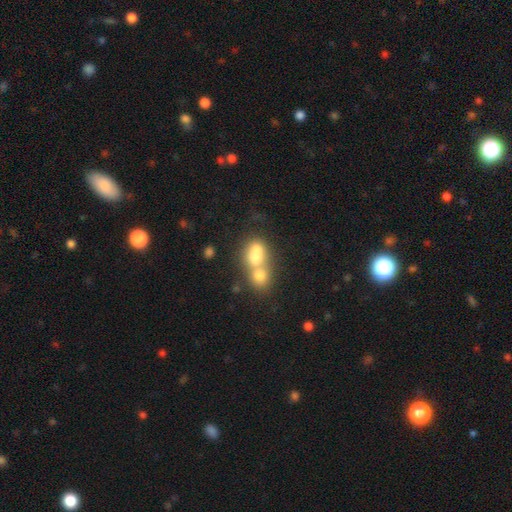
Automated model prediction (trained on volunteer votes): Q: Smooth or featured?
A: smooth (65%); runner-up: featured or disk (23%)
Q: How rounded?
A: round (54%); runner-up: in between (44%)
Q: Merging?
A: merger (73%); runner-up: none (18%)